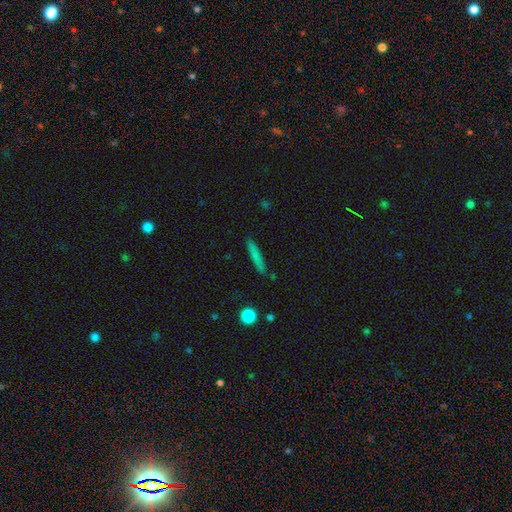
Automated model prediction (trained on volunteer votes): Smooth or featured: smooth — 72% (featured or disk — 20%)
How rounded: cigar-shaped — 93% (in between — 5%)
Merging: none — 86% (minor disturbance — 10%)